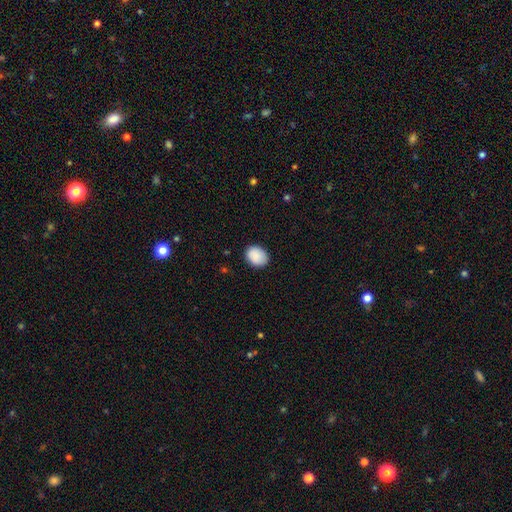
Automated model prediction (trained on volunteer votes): A smooth galaxy with no disk features (89%) that is round (51%).

Vote fractions:
- Smooth or featured? smooth: 89% / star or artifact: 7% / featured or disk: 4%
- How rounded? round: 51% / in between: 48% / cigar-shaped: 1%
- Merging? none: 87% / minor disturbance: 10% / major disturbance: 2% / merger: 1%